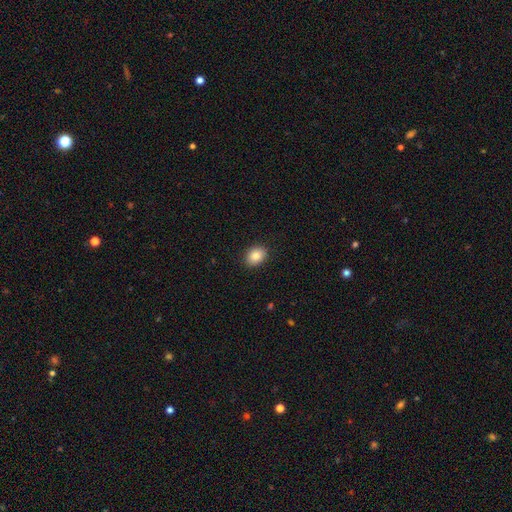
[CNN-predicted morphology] Q: Smooth or featured?
A: smooth (86%); runner-up: star or artifact (9%)
Q: How rounded?
A: in between (57%); runner-up: round (42%)
Q: Merging?
A: none (89%); runner-up: minor disturbance (8%)